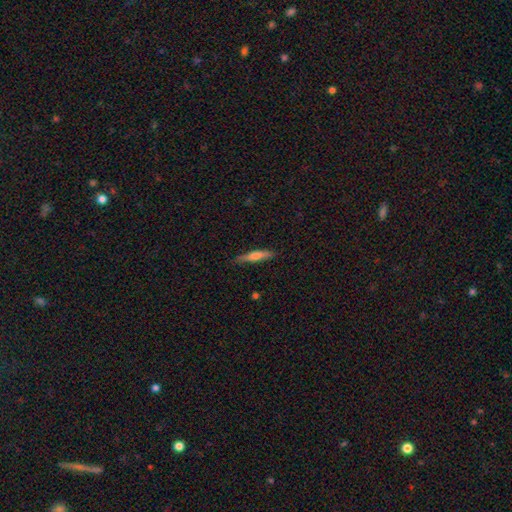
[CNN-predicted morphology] Q: Smooth or featured?
A: smooth (56%); runner-up: featured or disk (37%)
Q: How rounded?
A: cigar-shaped (91%); runner-up: in between (8%)
Q: Merging?
A: none (86%); runner-up: minor disturbance (11%)